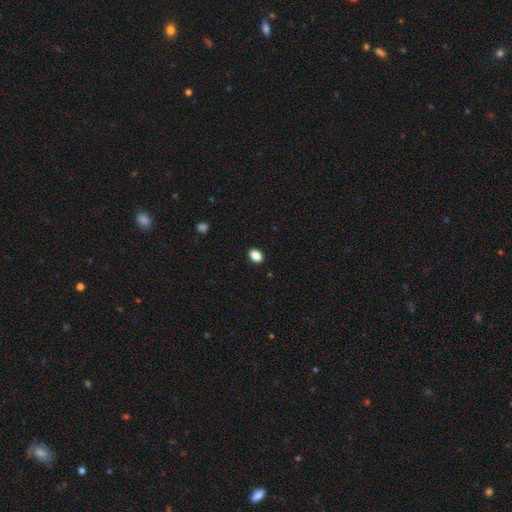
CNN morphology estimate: type=smooth (87%); roundness=in between (77%); merging=none (90%).